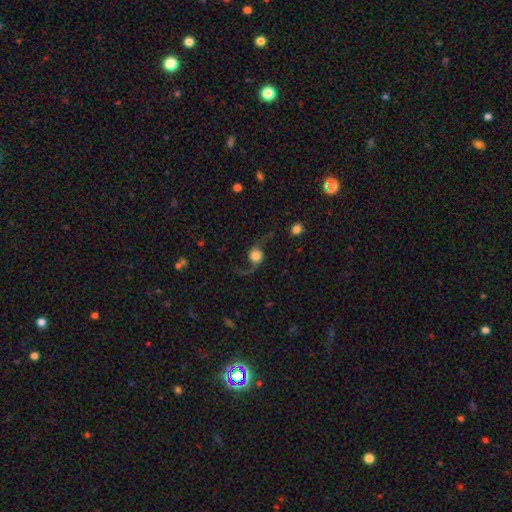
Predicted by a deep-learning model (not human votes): Smooth or featured? Predicted: featured or disk (p=0.71). Edge-on disk? Predicted: no (p=0.95). Bar? Predicted: no (p=0.73). Spiral arms? Predicted: yes (p=0.95). Spiral winding? Predicted: loose (p=0.90). Spiral arm count? Predicted: 2 (p=0.87). Bulge size? Predicted: large (p=0.39). Merging? Predicted: none (p=0.63).